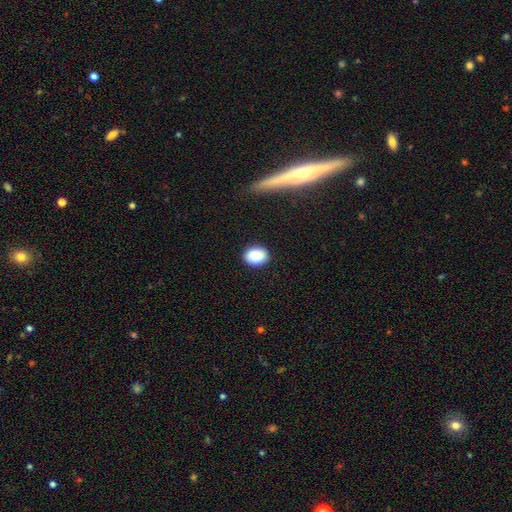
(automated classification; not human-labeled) Q: Smooth or featured?
A: smooth (86%); runner-up: star or artifact (8%)
Q: How rounded?
A: in between (52%); runner-up: round (47%)
Q: Merging?
A: none (87%); runner-up: minor disturbance (10%)